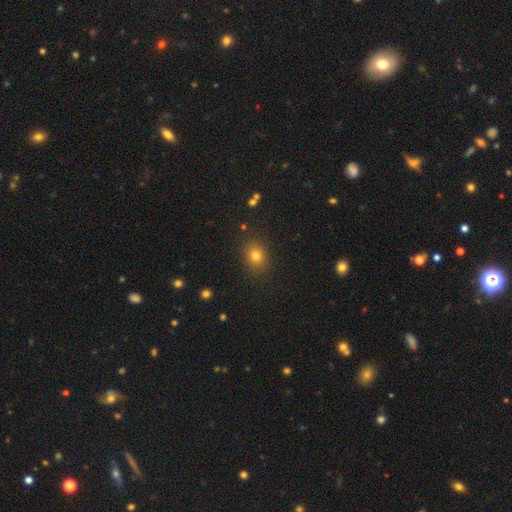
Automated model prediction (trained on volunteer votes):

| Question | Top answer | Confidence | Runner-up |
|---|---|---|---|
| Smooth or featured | smooth | 78% | star or artifact (14%) |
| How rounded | round | 51% | in between (48%) |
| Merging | none | 86% | minor disturbance (9%) |